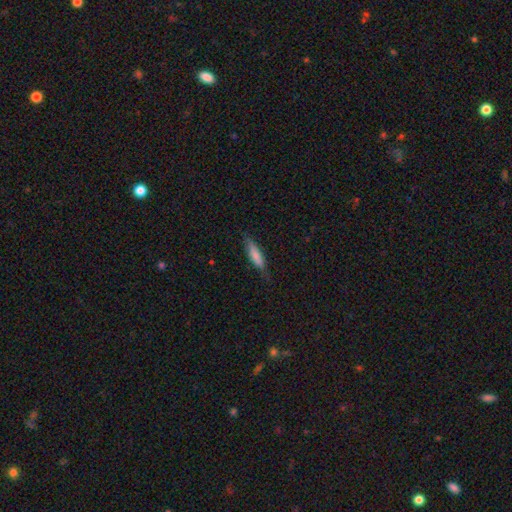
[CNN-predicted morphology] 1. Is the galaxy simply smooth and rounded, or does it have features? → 74% smooth, 20% featured or disk, 6% star or artifact.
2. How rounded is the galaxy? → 66% cigar-shaped, 32% in between, 2% round.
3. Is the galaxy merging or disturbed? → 74% none, 20% minor disturbance, 4% major disturbance, 1% merger.